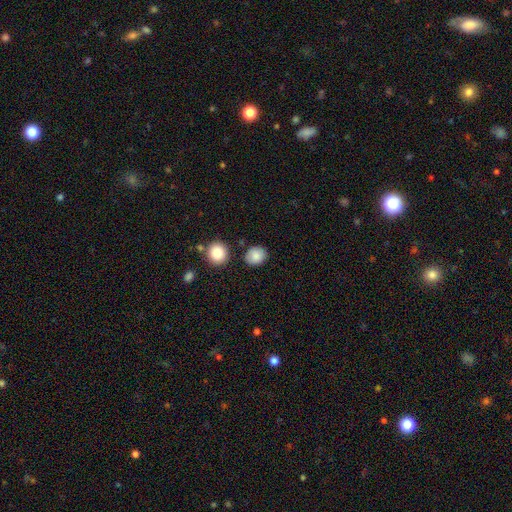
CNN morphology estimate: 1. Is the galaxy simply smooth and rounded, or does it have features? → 86% smooth, 9% star or artifact, 5% featured or disk.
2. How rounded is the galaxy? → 71% round, 28% in between, 1% cigar-shaped.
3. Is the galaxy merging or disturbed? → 83% none, 11% minor disturbance, 4% merger, 3% major disturbance.